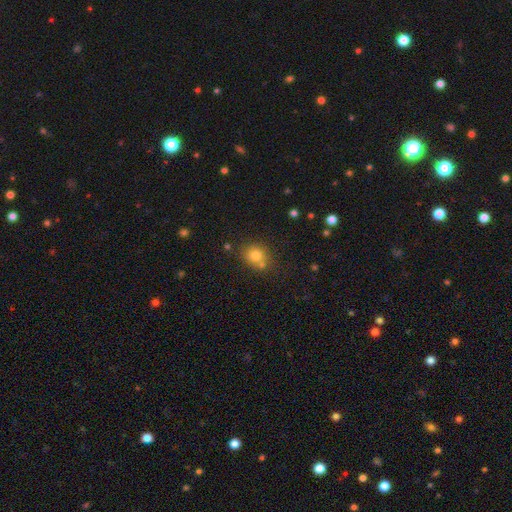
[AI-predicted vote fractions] smooth 79%, star or artifact 12%, featured or disk 9%. Down the decision tree: how rounded — round (71%); merging — none (59%).